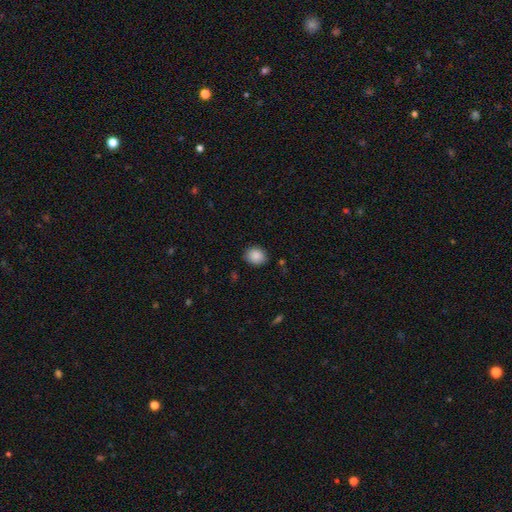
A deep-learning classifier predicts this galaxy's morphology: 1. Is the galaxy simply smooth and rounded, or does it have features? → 88% smooth, 8% star or artifact, 4% featured or disk.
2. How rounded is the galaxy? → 60% round, 39% in between, 1% cigar-shaped.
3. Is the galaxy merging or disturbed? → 86% none, 10% minor disturbance, 2% major disturbance, 1% merger.